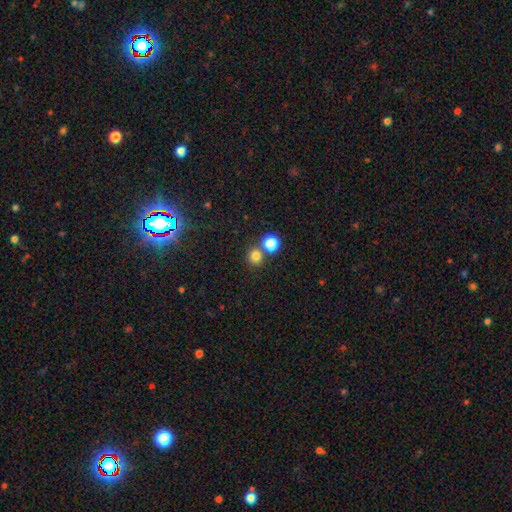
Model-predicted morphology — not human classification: The model was most divided on "merging": none: 68%, merger: 23%, minor disturbance: 7%, major disturbance: 3%. More confident: how rounded — round (87%); smooth or featured — smooth (79%).